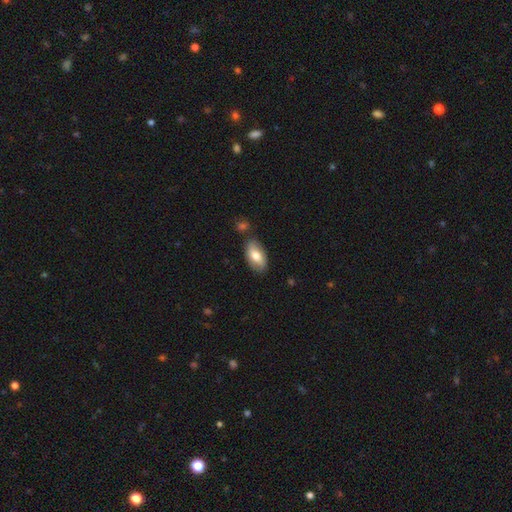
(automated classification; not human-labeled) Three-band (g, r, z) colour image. It shows a smooth galaxy with no disk features (73%) that is in between round and cigar-shaped (93%). Merging: none (77%).